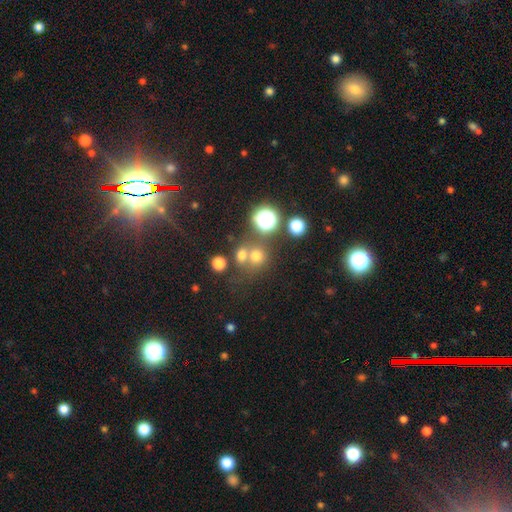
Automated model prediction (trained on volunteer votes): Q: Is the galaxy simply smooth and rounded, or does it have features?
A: smooth — 66%.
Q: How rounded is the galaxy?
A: round — 84%.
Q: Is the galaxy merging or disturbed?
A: none — 55%.